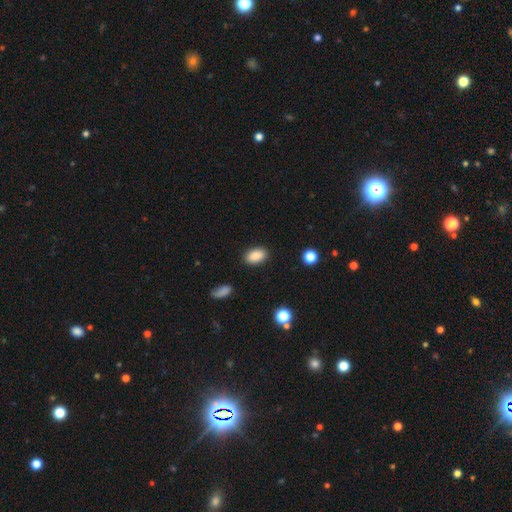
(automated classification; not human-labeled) Smooth or featured? smooth (89%)
How rounded? in between (90%)
Merging? none (88%)